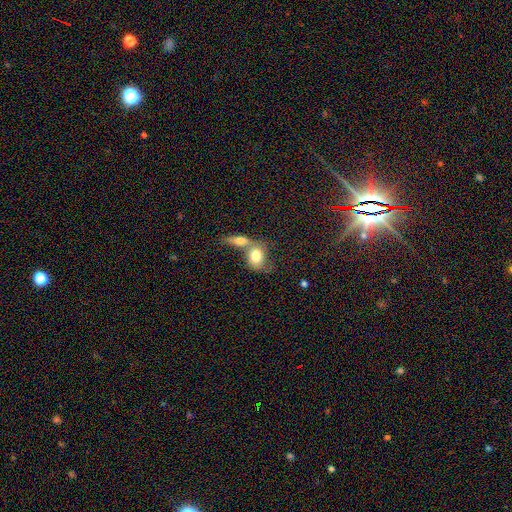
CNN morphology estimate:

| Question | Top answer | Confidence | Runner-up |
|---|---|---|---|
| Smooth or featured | smooth | 74% | featured or disk (18%) |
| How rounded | in between | 62% | round (35%) |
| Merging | merger | 62% | none (23%) |